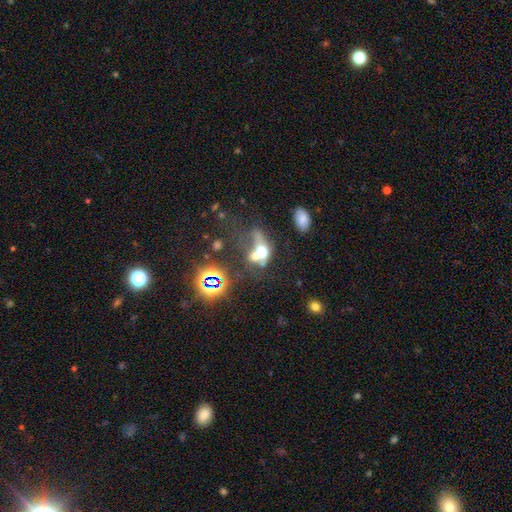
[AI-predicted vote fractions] Smooth or featured: smooth — 47% (featured or disk — 31%)
Merging: merger — 58% (none — 18%)